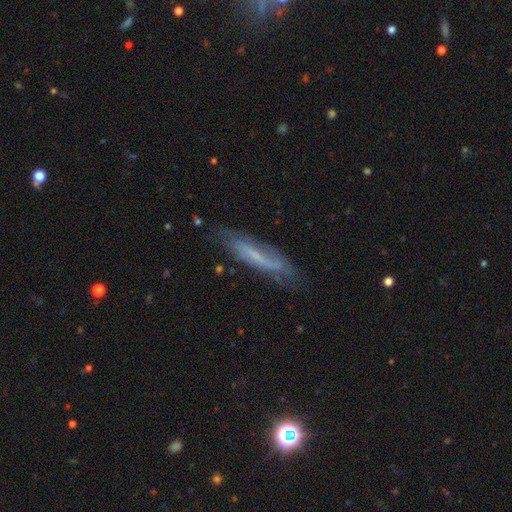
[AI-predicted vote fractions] Smooth or featured?
  - featured or disk: 55% *
  - smooth: 36%
  - star or artifact: 9%
Edge-on disk?
  - no: 50% * (tied)
  - yes: 50% * (tied)
Merging?
  - none: 69% *
  - minor disturbance: 22%
  - major disturbance: 7%
  - merger: 2%